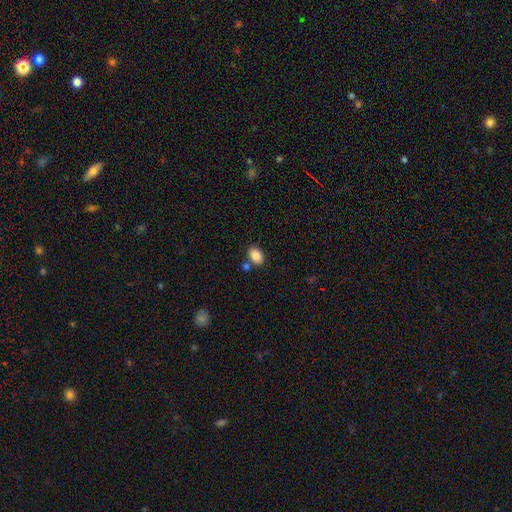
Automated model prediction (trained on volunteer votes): A smooth galaxy with no disk features (87%) that is in between round and cigar-shaped (81%). Merging: none (73%).